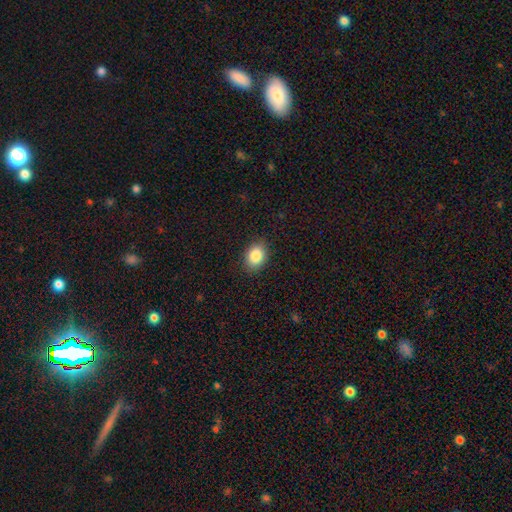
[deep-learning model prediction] Smooth or featured? smooth (87%)
How rounded? in between (68%)
Merging? none (87%)